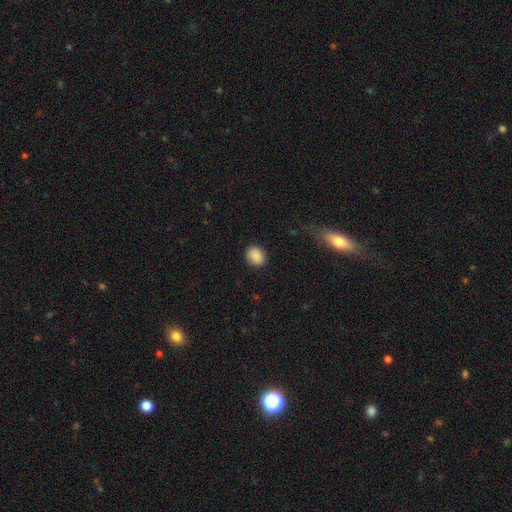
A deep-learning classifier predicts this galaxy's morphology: This appears to be a smooth galaxy with no disk features (89%) that is round (50%). Merging: none (86%).